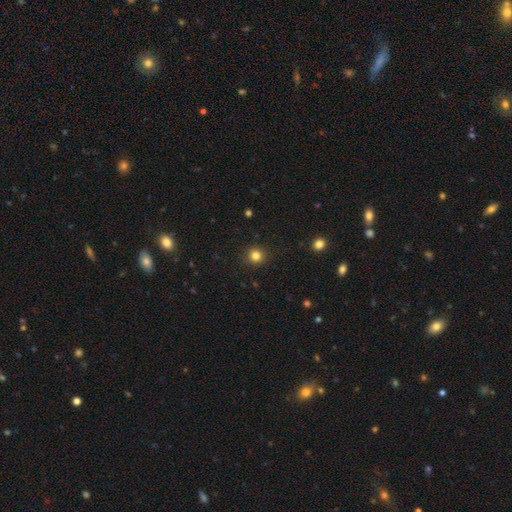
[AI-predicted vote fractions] Morphology: type=smooth (82%); roundness=round (93%); merging=none (92%).